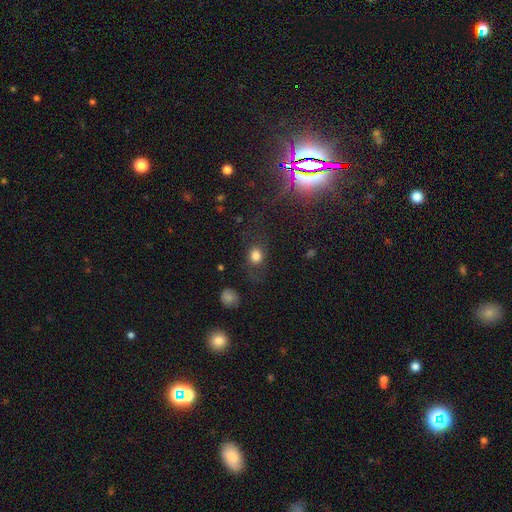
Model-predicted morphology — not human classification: Smooth or featured: smooth — 77% (star or artifact — 14%)
How rounded: round — 62% (in between — 36%)
Merging: none — 67% (minor disturbance — 17%)